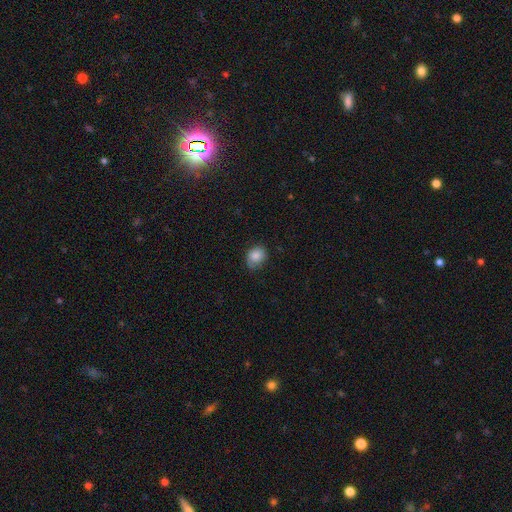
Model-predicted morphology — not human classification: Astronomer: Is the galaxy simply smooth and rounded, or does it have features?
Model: smooth — 82%.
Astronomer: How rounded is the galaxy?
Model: in between — 54% (runner-up: round, 45%).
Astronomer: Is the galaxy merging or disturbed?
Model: none — 69%.